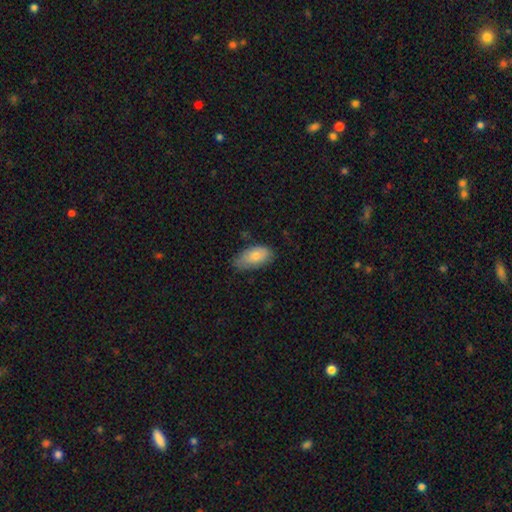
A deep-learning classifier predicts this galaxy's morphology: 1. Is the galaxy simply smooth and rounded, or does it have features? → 80% smooth, 14% featured or disk, 6% star or artifact.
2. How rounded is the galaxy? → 93% in between, 4% cigar-shaped, 3% round.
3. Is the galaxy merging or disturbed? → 57% none, 35% minor disturbance, 7% major disturbance, 2% merger.